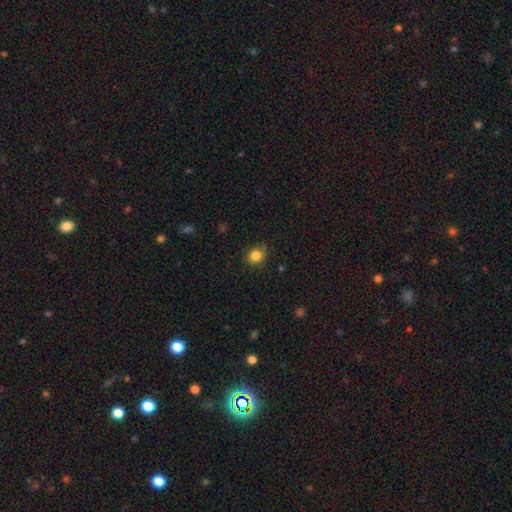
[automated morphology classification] smooth 84%, star or artifact 11%, featured or disk 5%. Down the decision tree: how rounded — round (86%); merging — none (79%).